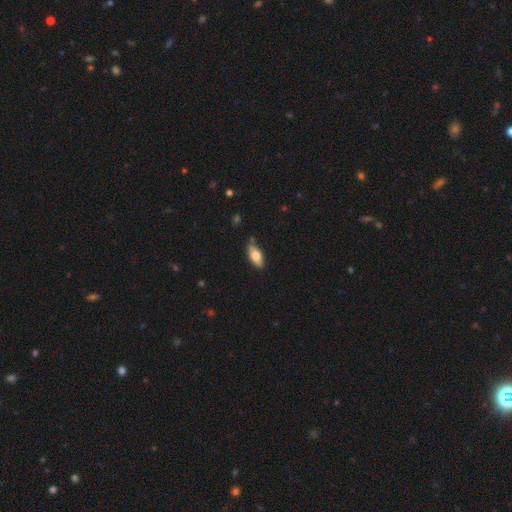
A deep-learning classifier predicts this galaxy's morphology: Smooth or featured?
  - smooth: 74% *
  - featured or disk: 20%
  - star or artifact: 6%
How rounded?
  - in between: 83% *
  - cigar-shaped: 14%
  - round: 2%
Merging?
  - none: 80% *
  - minor disturbance: 15%
  - major disturbance: 2%
  - merger: 2%